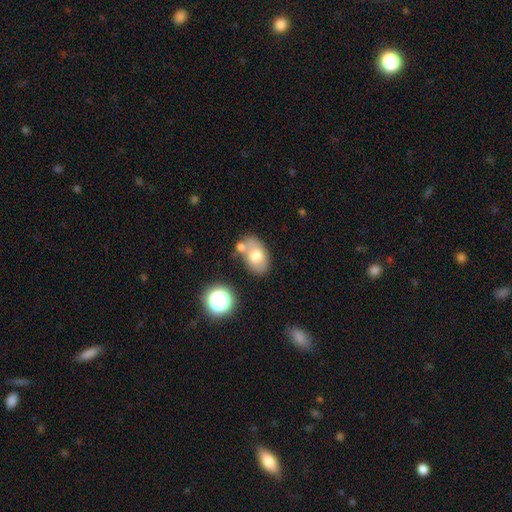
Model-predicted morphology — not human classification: This is likely a smooth galaxy (69%). How rounded: clearly in between (85%). Merging: possibly none (58%).